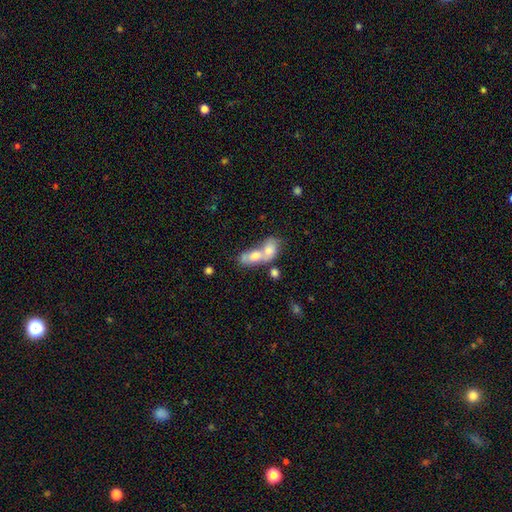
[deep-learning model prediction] smooth 50%, featured or disk 36%, star or artifact 14%. Down the decision tree: merging — merger (67%).